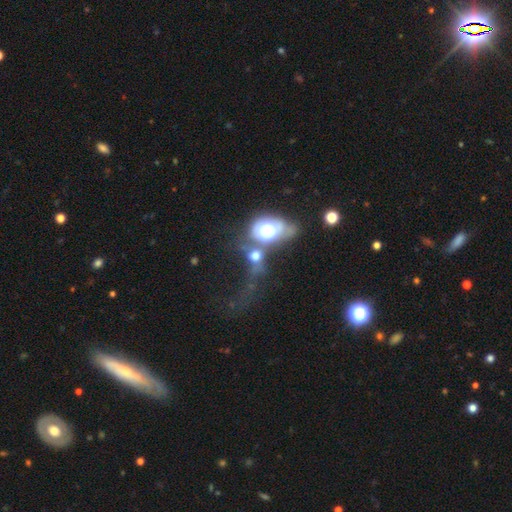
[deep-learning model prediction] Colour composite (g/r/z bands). It shows a smooth galaxy with no disk features (47%). Merging: merger (36%).